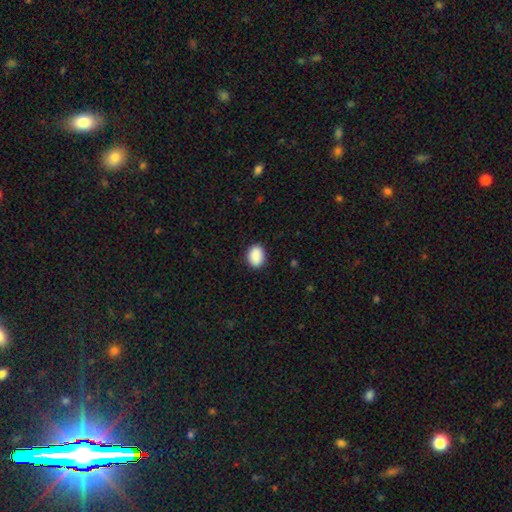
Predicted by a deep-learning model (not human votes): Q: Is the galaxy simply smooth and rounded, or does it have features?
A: smooth — 90%.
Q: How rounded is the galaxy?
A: in between — 69%.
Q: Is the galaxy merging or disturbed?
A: none — 89%.